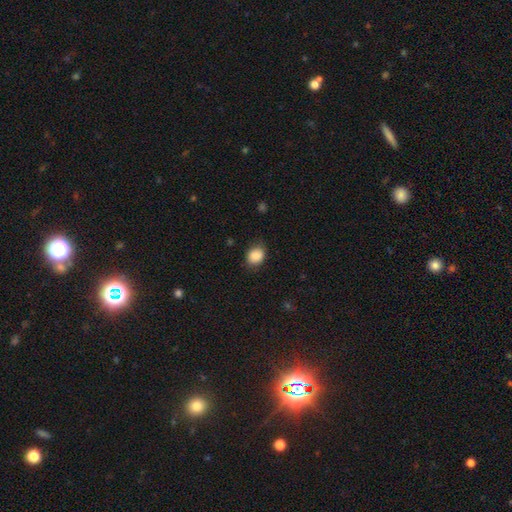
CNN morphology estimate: smooth 88%, star or artifact 8%, featured or disk 4%. Down the decision tree: how rounded — round (52%); merging — none (80%).